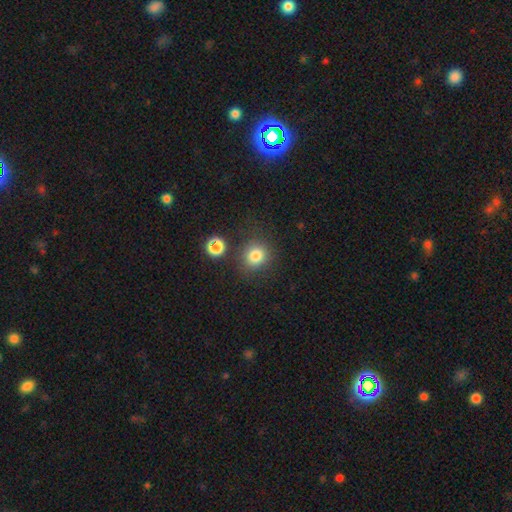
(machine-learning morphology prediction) smooth-or-featured: smooth: 81% | star or artifact: 13% | featured or disk: 6%
  how-rounded: round: 87% | in between: 12% | cigar-shaped: 1%
  merging: none: 79% | minor disturbance: 10% | merger: 6% | major disturbance: 4%